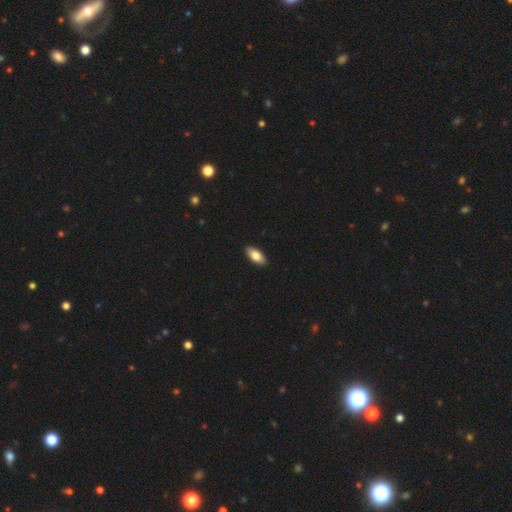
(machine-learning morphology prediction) This is clearly a smooth galaxy (81%). How rounded: clearly in between (88%). Merging: clearly none (91%).